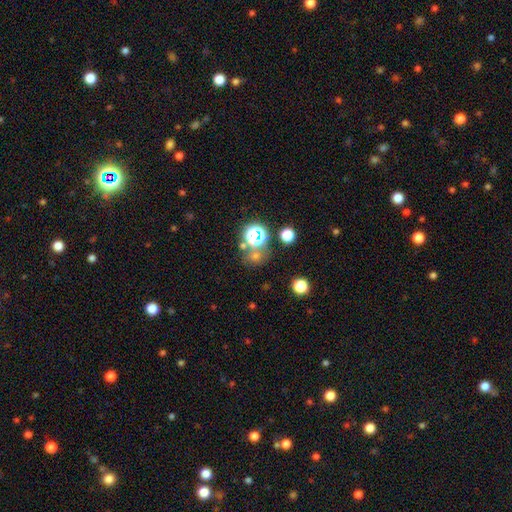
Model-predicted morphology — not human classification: Smooth or featured: smooth — 52% (star or artifact — 39%)
How rounded: round — 81% (in between — 18%)
Merging: none — 63% (merger — 20%)